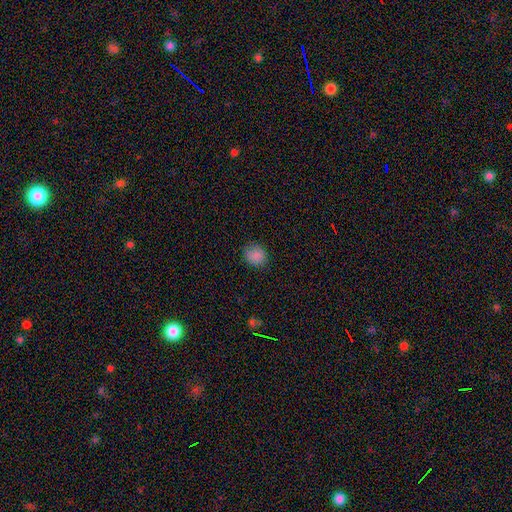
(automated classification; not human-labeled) Q: Smooth or featured?
A: smooth (86%); runner-up: star or artifact (10%)
Q: How rounded?
A: round (79%); runner-up: in between (20%)
Q: Merging?
A: none (85%); runner-up: minor disturbance (11%)